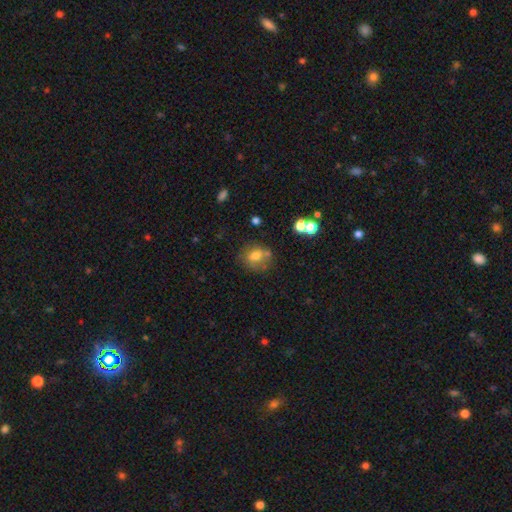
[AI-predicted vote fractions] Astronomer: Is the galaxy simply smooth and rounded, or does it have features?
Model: smooth — 68%.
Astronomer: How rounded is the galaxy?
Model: round — 61% (runner-up: in between, 38%).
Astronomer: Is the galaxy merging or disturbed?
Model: none — 57%.